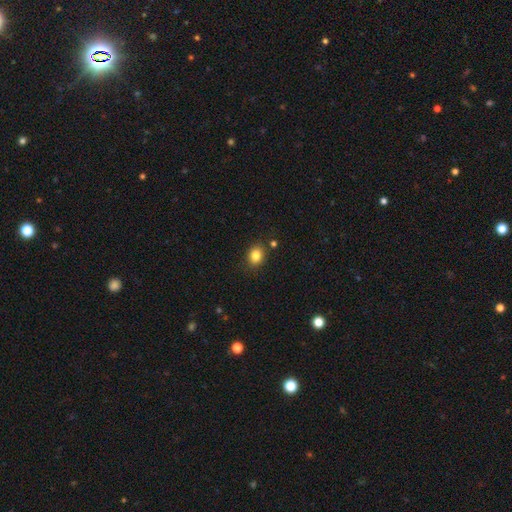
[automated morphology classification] Overall: smooth (84%). How rounded: round (56%; in between 43%). Merging: none (83%).